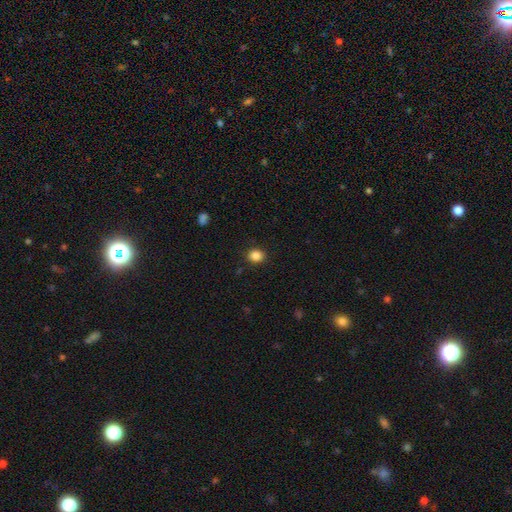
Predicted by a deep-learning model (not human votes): Overall: smooth (86%). How rounded: round (68%; in between 31%). Merging: none (89%).